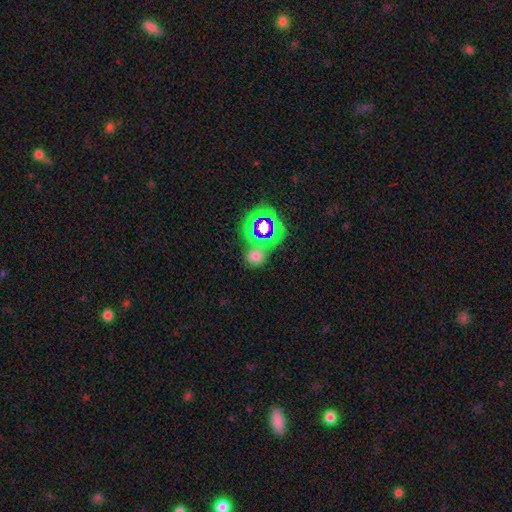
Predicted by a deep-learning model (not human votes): Smooth or featured: smooth — 58% (star or artifact — 35%)
How rounded: round — 81% (in between — 18%)
Merging: none — 70% (merger — 16%)